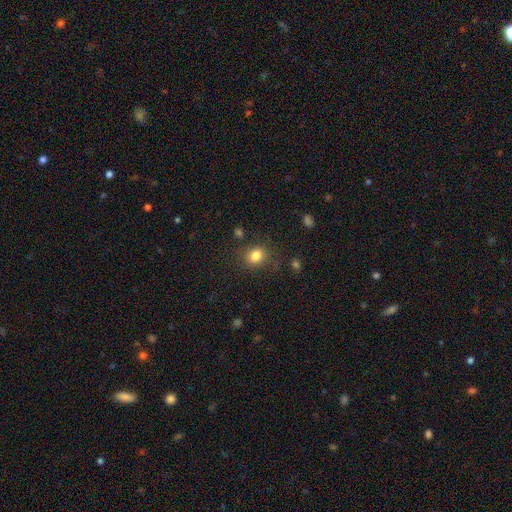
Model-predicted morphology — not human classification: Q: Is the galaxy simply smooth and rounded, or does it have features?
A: smooth — 82%.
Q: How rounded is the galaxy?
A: round — 65%.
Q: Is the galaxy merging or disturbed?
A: none — 82%.